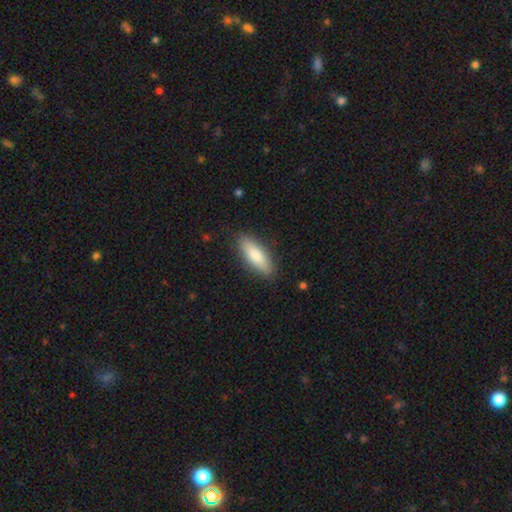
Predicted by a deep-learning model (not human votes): This is likely a smooth galaxy (78%). How rounded: possibly in between (56%). Merging: clearly none (88%).